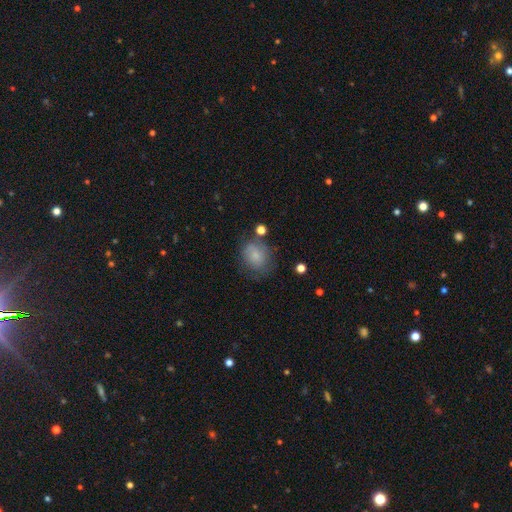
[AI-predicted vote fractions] This appears to be a smooth galaxy with no disk features (75%) that is round (61%). Merging: none (56%).